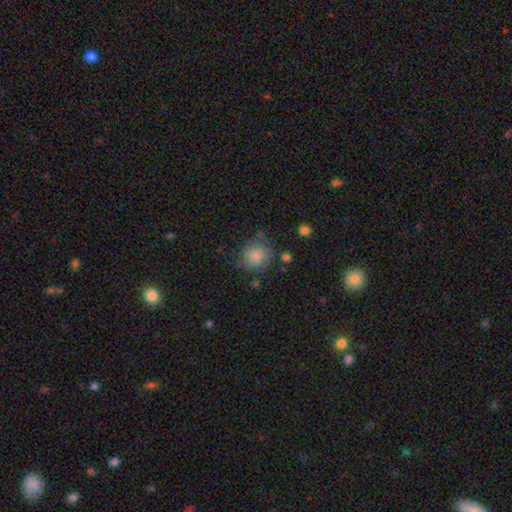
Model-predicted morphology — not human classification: Overall: smooth (79%). How rounded: round (85%). Merging: none (72%).